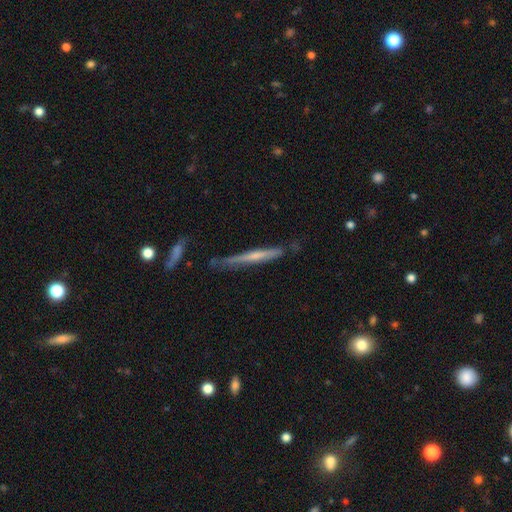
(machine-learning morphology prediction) Smooth or featured?
  - featured or disk: 54% *
  - smooth: 39%
  - star or artifact: 6%
Edge-on disk?
  - yes: 95% *
  - no: 5%
Edge-on bulge?
  - none: 55% *
  - rounded: 36%
  - boxy: 9%
Merging?
  - none: 71% *
  - minor disturbance: 21%
  - major disturbance: 4%
  - merger: 4%